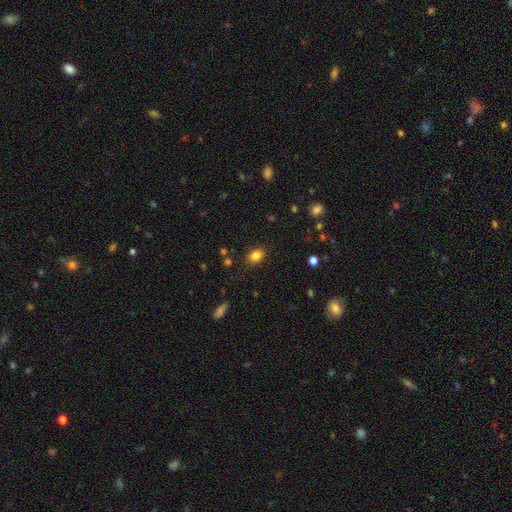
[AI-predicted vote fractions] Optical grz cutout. It shows a smooth galaxy with no disk features (83%) that is in between round and cigar-shaped (72%). Merging: none (85%).